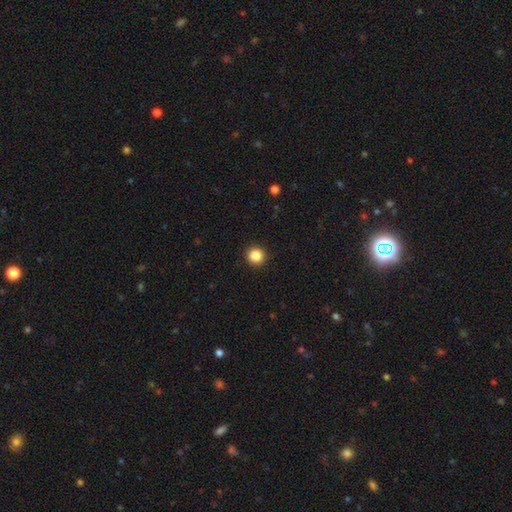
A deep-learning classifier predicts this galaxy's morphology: Q: Smooth or featured?
A: smooth (86%); runner-up: star or artifact (11%)
Q: How rounded?
A: round (94%); runner-up: in between (5%)
Q: Merging?
A: none (92%); runner-up: minor disturbance (5%)